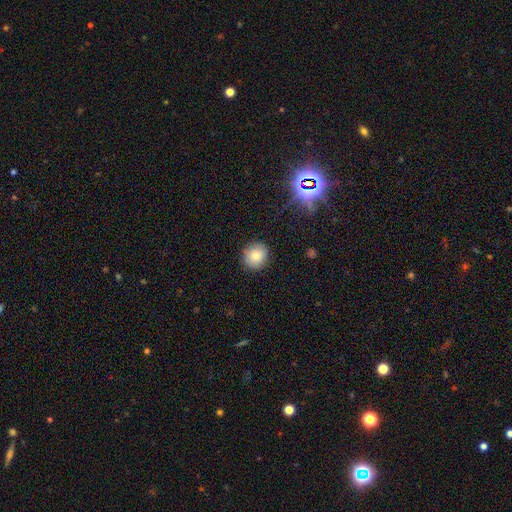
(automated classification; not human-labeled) A smooth galaxy with no disk features (77%) that is round (88%). Merging: none (87%).